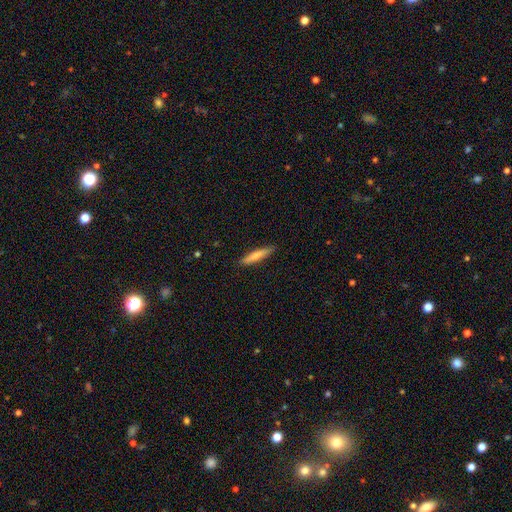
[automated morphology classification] This is likely a smooth galaxy (71%). How rounded: clearly cigar-shaped (88%). Merging: clearly none (89%).